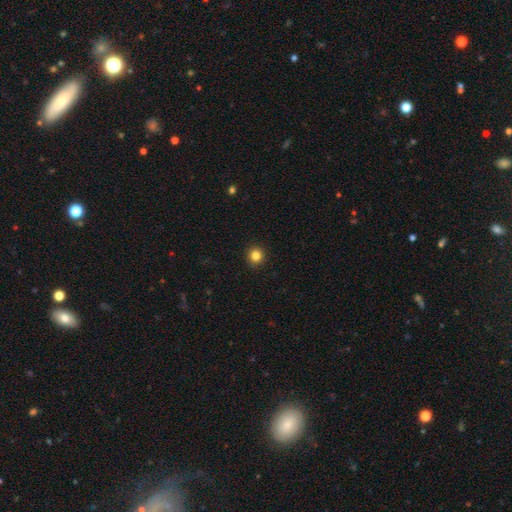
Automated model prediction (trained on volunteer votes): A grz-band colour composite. It shows a smooth galaxy with no disk features (84%) that is round (93%). Merging: none (93%).